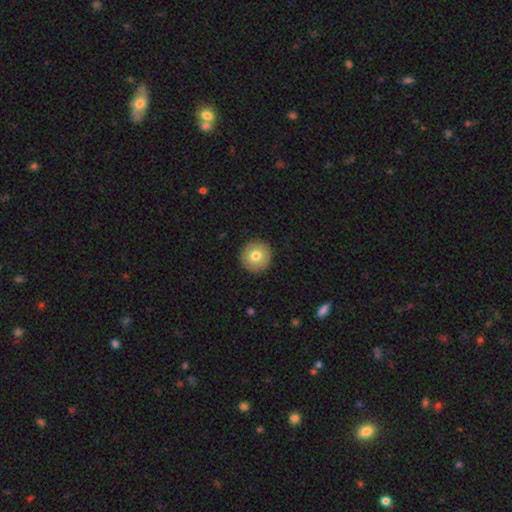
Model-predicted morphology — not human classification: Smooth or featured?
  - smooth: 76% *
  - featured or disk: 16%
  - star or artifact: 8%
How rounded?
  - round: 95% *
  - in between: 4%
  - cigar-shaped: 1%
Merging?
  - none: 92% *
  - minor disturbance: 5%
  - major disturbance: 2%
  - merger: 1%